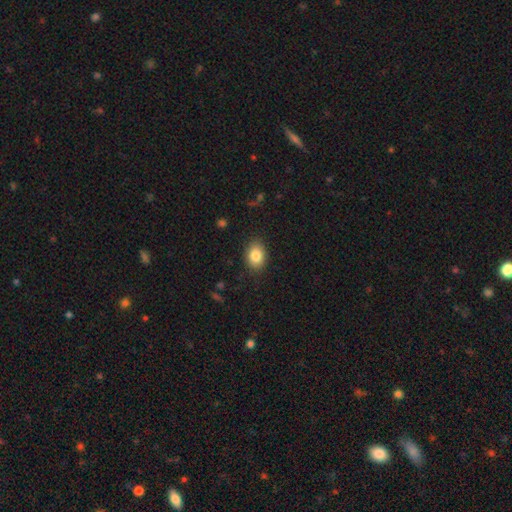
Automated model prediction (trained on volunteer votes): Smooth or featured? smooth (85%)
How rounded? in between (70%)
Merging? none (86%)